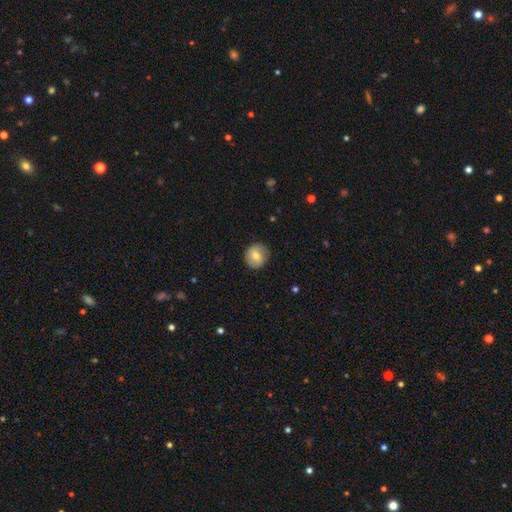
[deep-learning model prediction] The model was most divided on "smooth or featured": smooth: 72%, featured or disk: 21%, star or artifact: 7%. More confident: how rounded — round (86%); merging — none (83%).